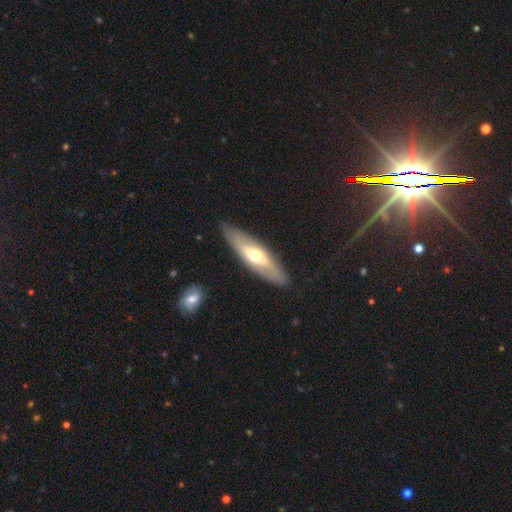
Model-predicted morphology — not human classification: smooth_or_featured: featured or disk (p=0.53) [alt: smooth p=0.42]
disk_edge_on: no (p=0.53) [alt: yes p=0.47]
merging: none (p=0.86) [alt: minor disturbance p=0.10]